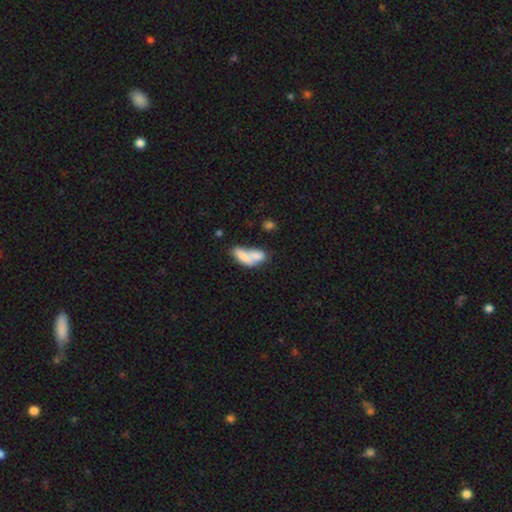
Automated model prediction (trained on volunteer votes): Morphology: type=smooth (70%); roundness=in between (79%); merging=merger (64%).